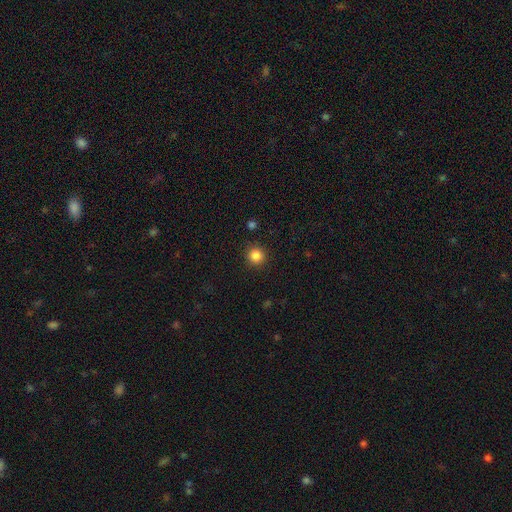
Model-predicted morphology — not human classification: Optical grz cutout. It shows a smooth galaxy with no disk features (85%) that is round (93%). Merging: none (91%).